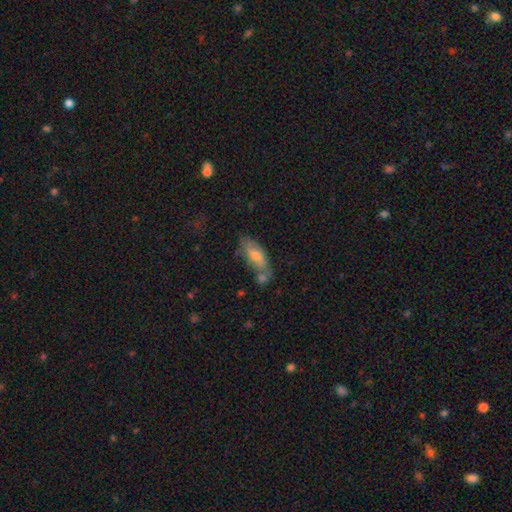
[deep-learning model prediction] The model was most divided on "merging": none: 50%, minor disturbance: 22%, merger: 21%, major disturbance: 8%. More confident: how rounded — in between (73%); smooth or featured — smooth (65%).